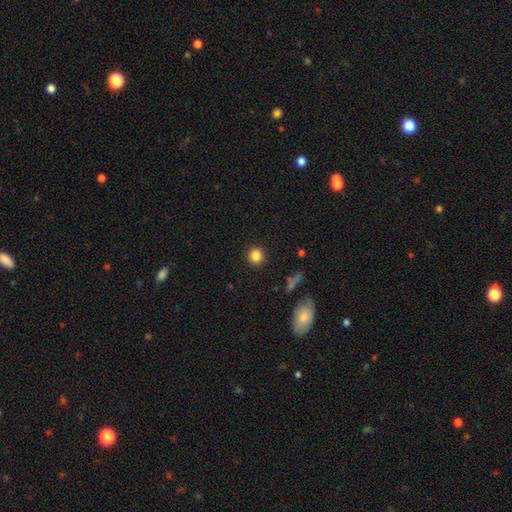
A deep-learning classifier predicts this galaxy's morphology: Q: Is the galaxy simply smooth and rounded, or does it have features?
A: smooth — 84%.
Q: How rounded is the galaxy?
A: round — 90%.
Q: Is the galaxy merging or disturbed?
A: none — 90%.